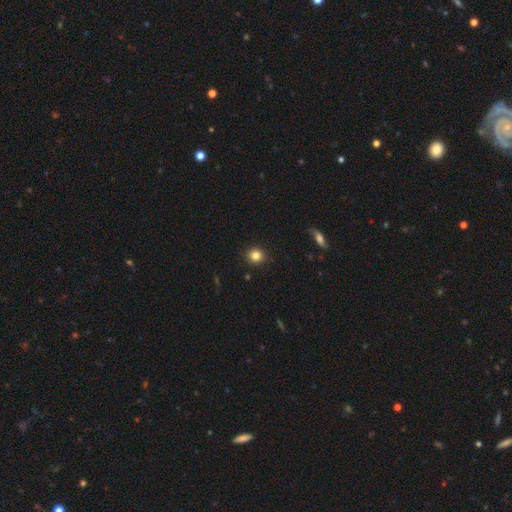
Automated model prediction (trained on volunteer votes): Q: Smooth or featured?
A: smooth (83%); runner-up: star or artifact (11%)
Q: How rounded?
A: round (87%); runner-up: in between (12%)
Q: Merging?
A: none (91%); runner-up: minor disturbance (6%)